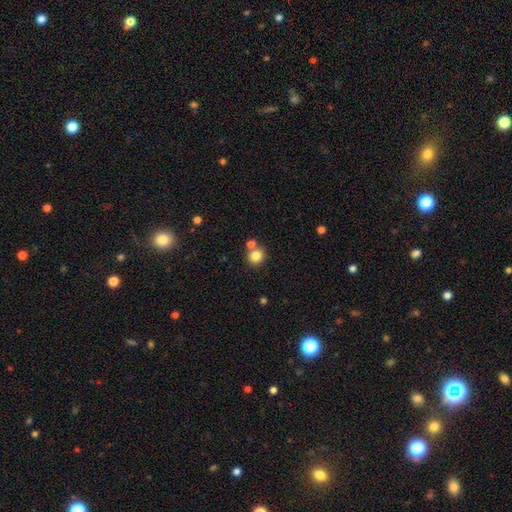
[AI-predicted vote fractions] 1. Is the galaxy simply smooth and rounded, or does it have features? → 81% smooth, 11% star or artifact, 8% featured or disk.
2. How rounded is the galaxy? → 86% round, 13% in between, 1% cigar-shaped.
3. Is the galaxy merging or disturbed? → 65% none, 25% merger, 8% minor disturbance, 3% major disturbance.